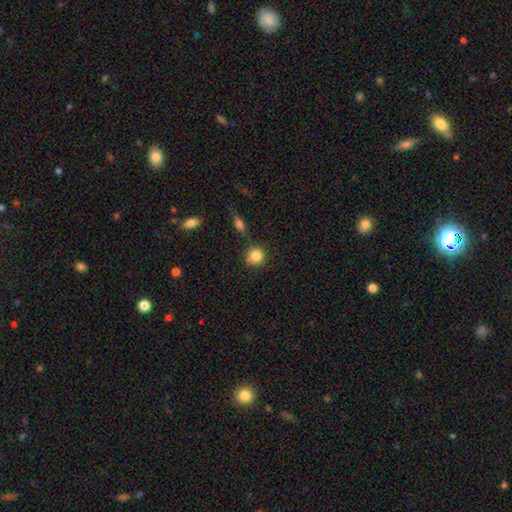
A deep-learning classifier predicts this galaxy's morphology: Smooth or featured: smooth — 84% (star or artifact — 10%)
How rounded: round — 87% (in between — 11%)
Merging: none — 71% (minor disturbance — 17%)